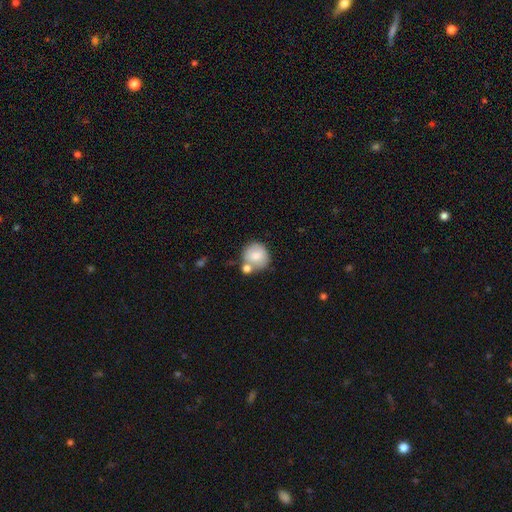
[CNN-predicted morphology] Smooth or featured? smooth (80%)
How rounded? round (90%)
Merging? none (57%)